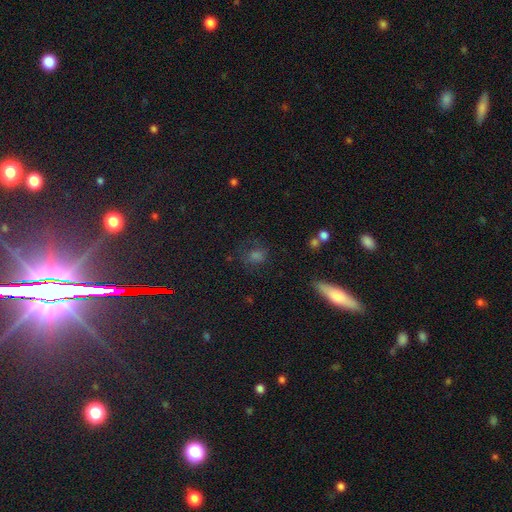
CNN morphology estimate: smooth-or-featured: smooth: 48% | star or artifact: 32% | featured or disk: 20%
  merging: none: 69% | minor disturbance: 18% | major disturbance: 10% | merger: 3%